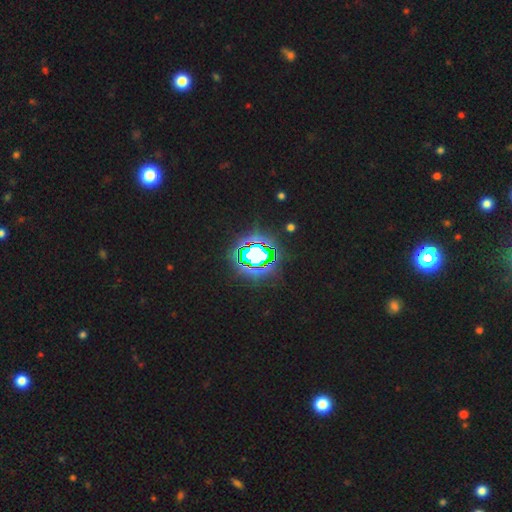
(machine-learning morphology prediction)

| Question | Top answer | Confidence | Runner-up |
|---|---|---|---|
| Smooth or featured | star or artifact | 71% | smooth (16%) |